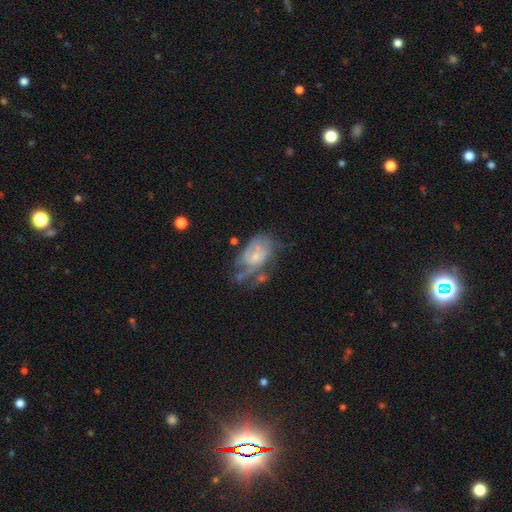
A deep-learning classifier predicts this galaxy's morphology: A featured or disk galaxy (62%) with no bar (76%), spiral arms (56%) and a small central bulge (59%).

Vote fractions:
- Smooth or featured? featured or disk: 62% / smooth: 29% / star or artifact: 9%
- Edge-on disk? no: 97% / yes: 3%
- Bar? no: 76% / weak: 20% / strong: 3%
- Spiral arms? yes: 56% / no: 44%
- Bulge size? small: 59% / moderate: 27% / none: 10% / large: 2% / dominant: 1%
- Merging? major disturbance: 36% / none: 28% / minor disturbance: 26% / merger: 11%